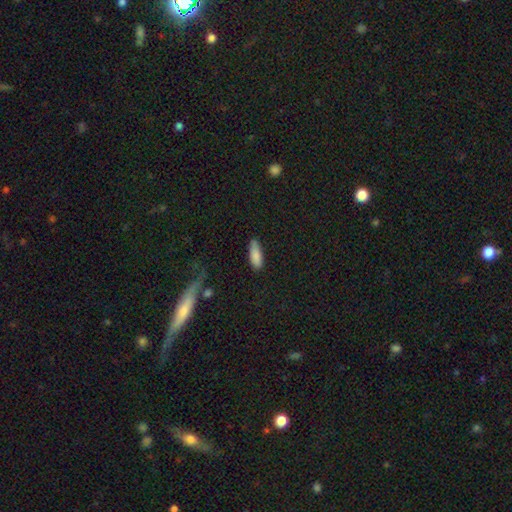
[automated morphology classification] A smooth galaxy with no disk features (86%) that is in between round and cigar-shaped (67%). Merging: none (68%).